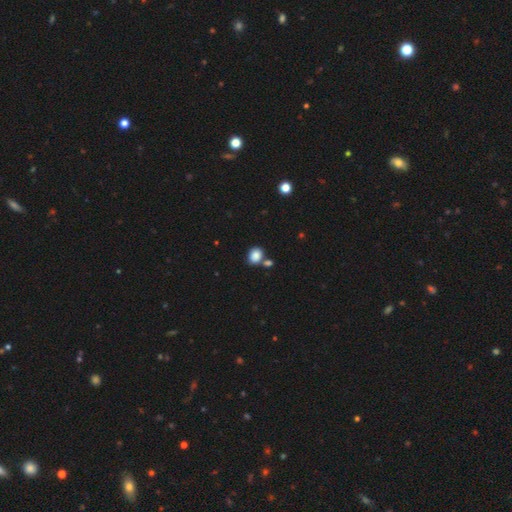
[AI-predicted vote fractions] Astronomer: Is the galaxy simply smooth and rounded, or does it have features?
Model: smooth — 86%.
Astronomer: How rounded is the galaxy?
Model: in between — 52% (runner-up: round, 47%).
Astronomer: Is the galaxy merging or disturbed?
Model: none — 62%.